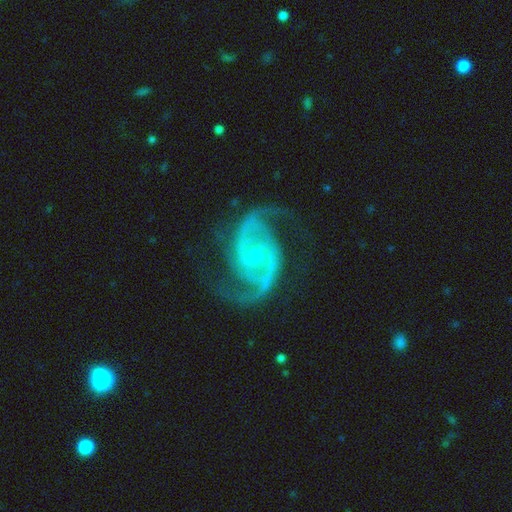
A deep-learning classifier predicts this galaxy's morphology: Smooth or featured: featured or disk — 93% (star or artifact — 4%)
Edge-on disk: no — 98% (yes — 2%)
Bar: no — 65% (weak — 25%)
Spiral arms: yes — 98% (no — 2%)
Spiral winding: medium — 56% (loose — 22%)
Spiral arm count: 2 — 89% (3 — 4%)
Bulge size: moderate — 58% (small — 37%)
Merging: none — 75% (minor disturbance — 15%)